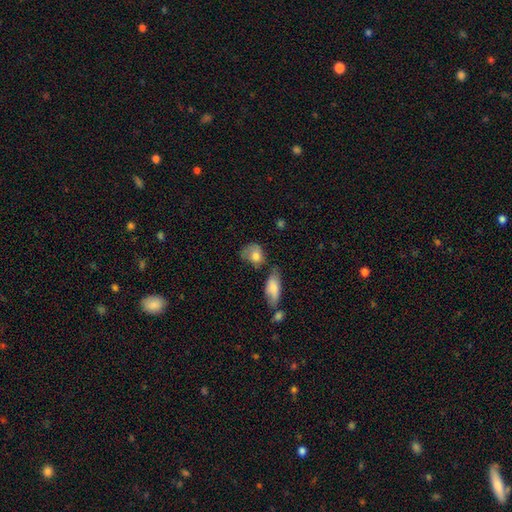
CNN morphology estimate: A smooth galaxy with no disk features (73%) that is in between round and cigar-shaped (56%).

Vote fractions:
- Smooth or featured? smooth: 73% / featured or disk: 19% / star or artifact: 7%
- How rounded? in between: 56% / round: 42% / cigar-shaped: 2%
- Merging? none: 34% / minor disturbance: 31% / major disturbance: 19% / merger: 15%